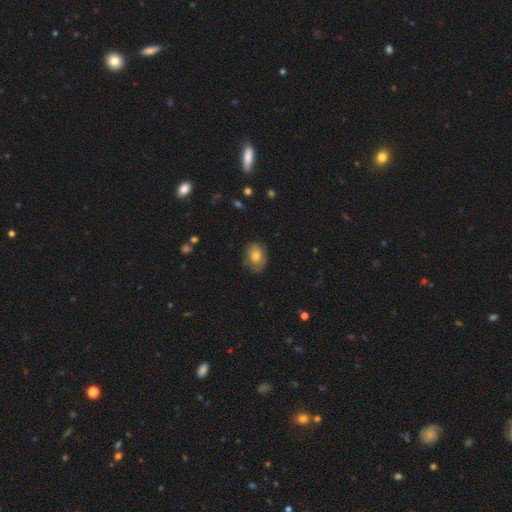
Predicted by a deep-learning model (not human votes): smooth-or-featured: smooth: 71% | featured or disk: 21% | star or artifact: 8%
  how-rounded: in between: 73% | round: 26% | cigar-shaped: 1%
  merging: none: 70% | minor disturbance: 23% | major disturbance: 5% | merger: 1%